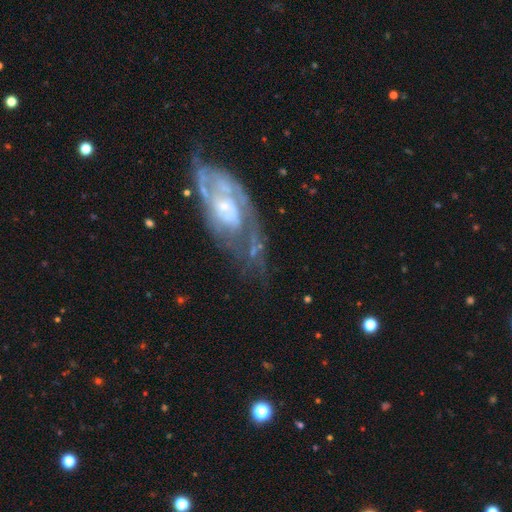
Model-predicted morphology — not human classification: A featured or disk galaxy (81%) with no bar (62%), 2 (40%) tight (50%) spiral arms (84%) and a small central bulge (56%).

Vote fractions:
- Smooth or featured? featured or disk: 81% / smooth: 11% / star or artifact: 8%
- Edge-on disk? no: 92% / yes: 8%
- Bar? no: 62% / weak: 31% / strong: 8%
- Spiral arms? yes: 84% / no: 16%
- Spiral winding? tight: 50% / medium: 37% / loose: 13%
- Spiral arm count? 2: 40% / can't tell: 38% / 3: 8% / 1: 7% / 4: 4% / more than 4: 3%
- Bulge size? small: 56% / moderate: 29% / none: 9% / large: 4% / dominant: 1%
- Merging? none: 53% / minor disturbance: 23% / major disturbance: 20% / merger: 4%